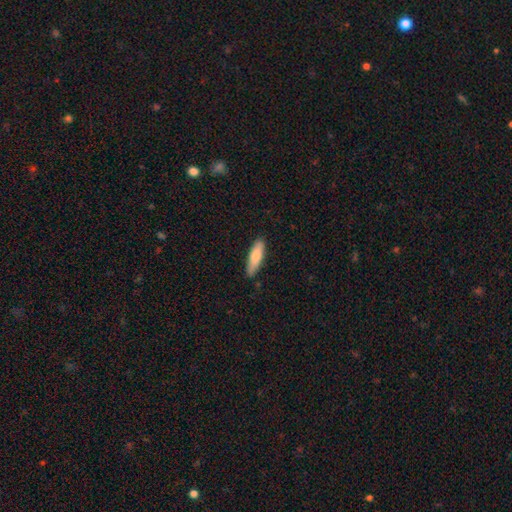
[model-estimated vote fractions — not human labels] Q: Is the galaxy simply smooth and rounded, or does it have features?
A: smooth — 73%.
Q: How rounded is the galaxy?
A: cigar-shaped — 61%.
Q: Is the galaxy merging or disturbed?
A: none — 86%.